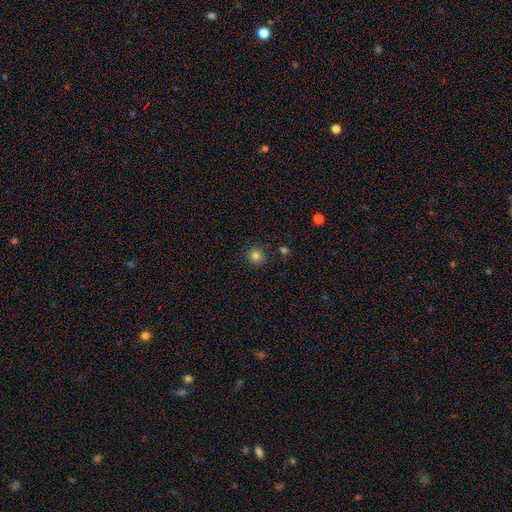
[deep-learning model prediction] The model was most divided on "smooth or featured": smooth: 81%, star or artifact: 12%, featured or disk: 7%. More confident: how rounded — round (92%); merging — none (88%).